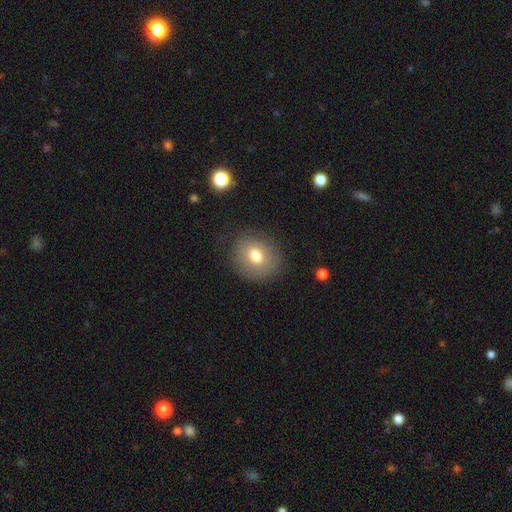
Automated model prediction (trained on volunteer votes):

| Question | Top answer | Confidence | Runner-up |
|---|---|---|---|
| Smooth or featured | smooth | 73% | featured or disk (16%) |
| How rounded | round | 77% | in between (23%) |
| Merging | none | 83% | minor disturbance (11%) |